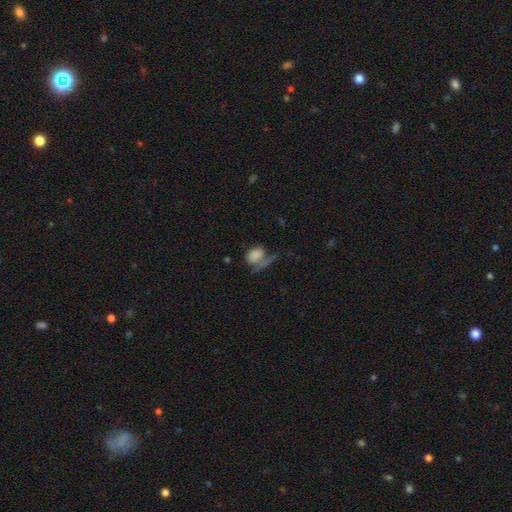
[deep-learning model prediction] Smooth or featured? smooth (70%)
How rounded? in between (71%)
Merging? major disturbance (34%)